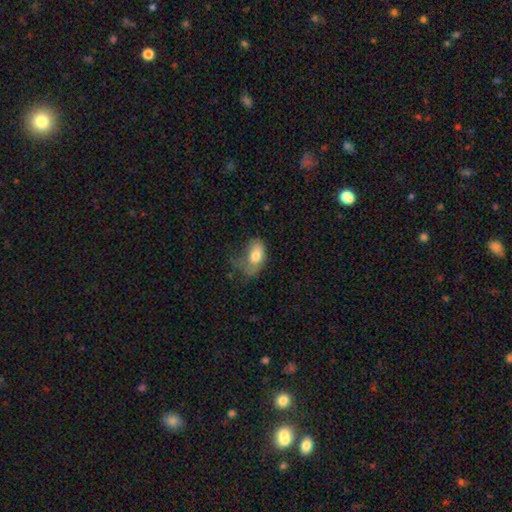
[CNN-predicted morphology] A smooth galaxy with no disk features (73%) that is in between round and cigar-shaped (90%). Merging: major disturbance (40%).